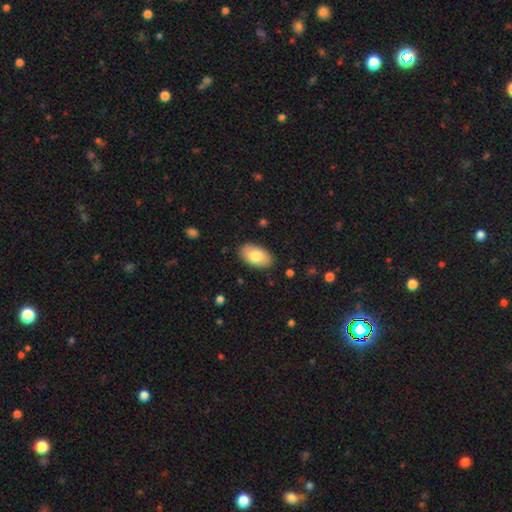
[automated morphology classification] Smooth or featured? Predicted: smooth (p=0.79). How rounded? Predicted: in between (p=0.94). Merging? Predicted: none (p=0.87).